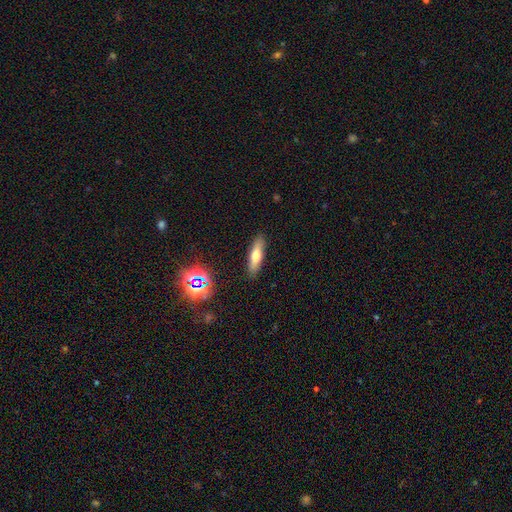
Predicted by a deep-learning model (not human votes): Overall: smooth (61%; featured or disk 28%). How rounded: cigar-shaped (65%; in between 32%). Merging: none (88%).